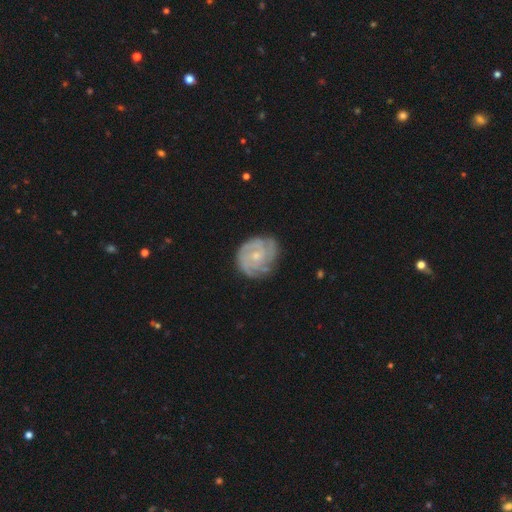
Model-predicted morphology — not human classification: The model was most divided on "spiral arm count": 3: 32%, can't tell: 24%, 2: 19%, 4: 13%, more than 4: 6%, 1: 6%. More confident: edge-on disk — no (98%); spiral arms — yes (96%); smooth or featured — featured or disk (84%); merging — none (76%); bar — no (74%); spiral winding — tight (73%); bulge size — small (58%).